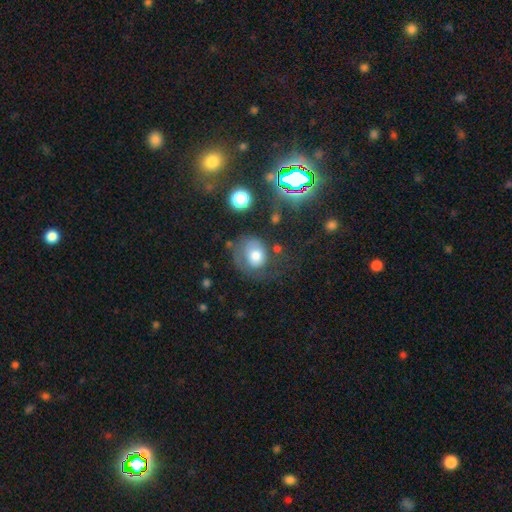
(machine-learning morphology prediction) smooth-or-featured: smooth: 62% | featured or disk: 25% | star or artifact: 13%
  how-rounded: round: 64% | in between: 35% | cigar-shaped: 1%
  merging: none: 39% | major disturbance: 32% | minor disturbance: 24% | merger: 5%